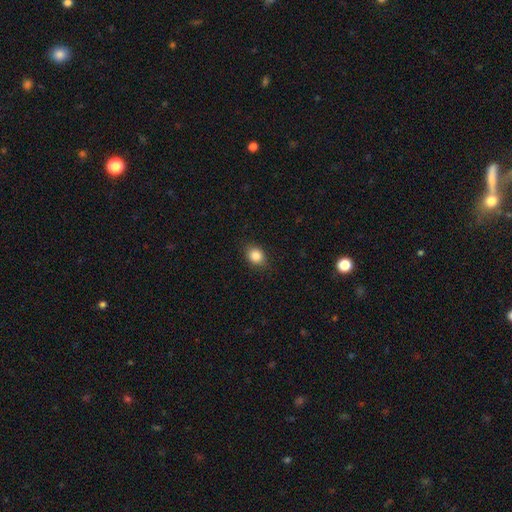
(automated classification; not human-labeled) Morphology: type=smooth (86%); roundness=round (51%); merging=none (85%).